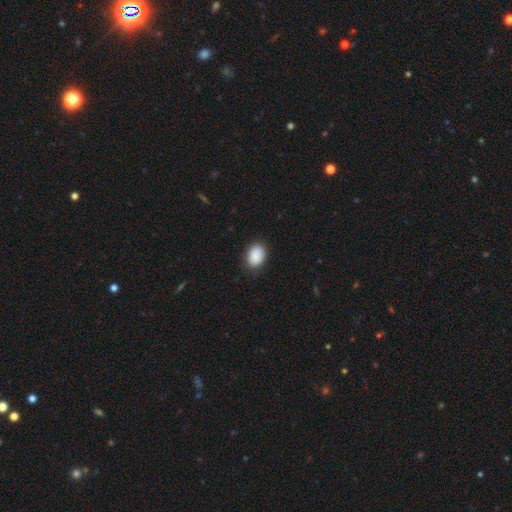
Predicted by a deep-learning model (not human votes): Morphology: type=smooth (89%); roundness=in between (70%); merging=none (85%).